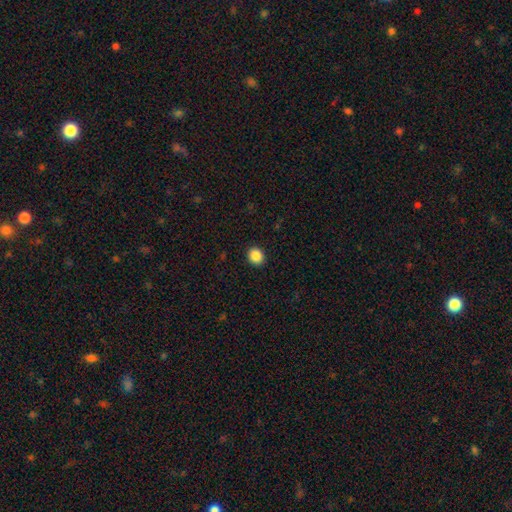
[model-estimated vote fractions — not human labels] This is clearly a smooth galaxy (88%). How rounded: likely round (73%). Merging: clearly none (92%).